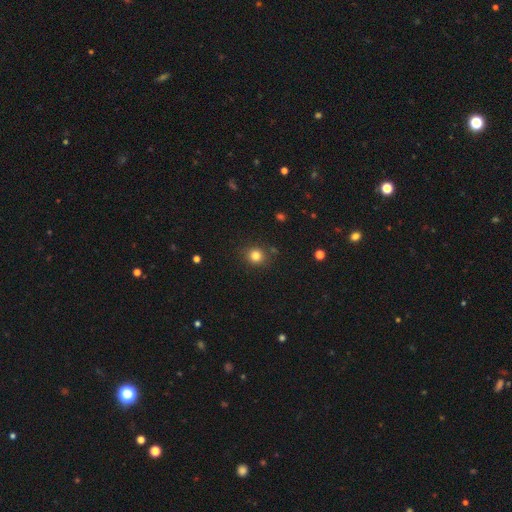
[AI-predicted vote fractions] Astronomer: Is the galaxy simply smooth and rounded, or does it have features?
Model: smooth — 81%.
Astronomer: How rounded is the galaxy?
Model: round — 87%.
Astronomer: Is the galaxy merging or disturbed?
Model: none — 86%.